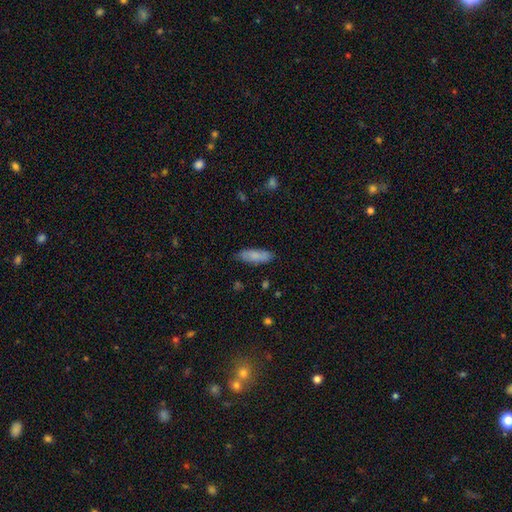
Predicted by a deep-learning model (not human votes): This is clearly a smooth galaxy (83%). How rounded: likely in between (63%). Merging: likely none (80%).